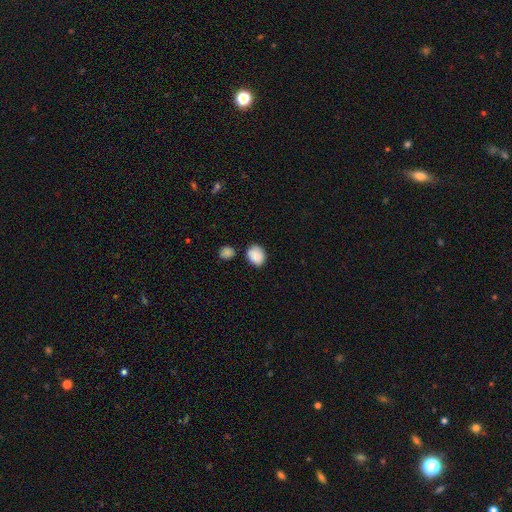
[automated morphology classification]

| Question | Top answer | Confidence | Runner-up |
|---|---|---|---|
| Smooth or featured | smooth | 89% | star or artifact (8%) |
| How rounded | in between | 54% | round (45%) |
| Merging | none | 73% | minor disturbance (17%) |